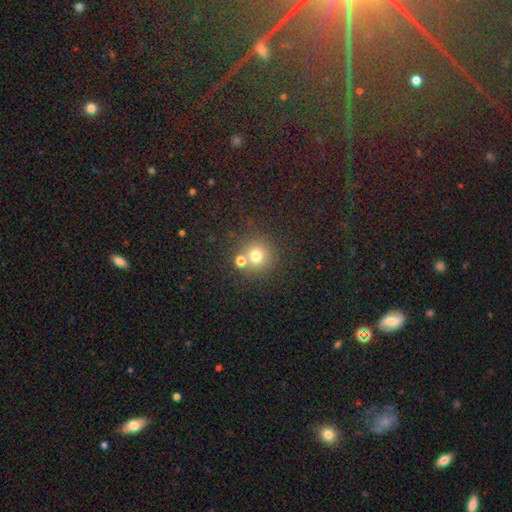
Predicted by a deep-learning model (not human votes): This is likely a smooth galaxy (73%). How rounded: clearly round (92%). Merging: likely none (63%).